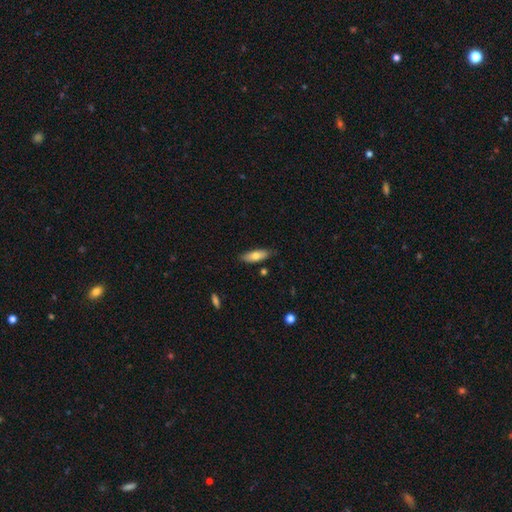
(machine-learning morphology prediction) This is likely a smooth galaxy (71%). How rounded: possibly in between (60%). Merging: clearly none (81%).